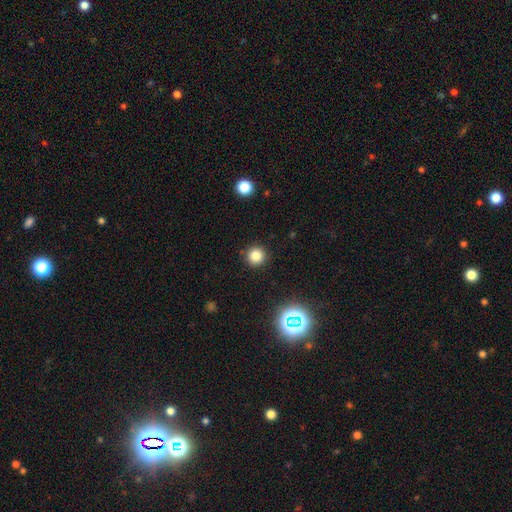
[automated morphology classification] type=smooth (81%); roundness=round (95%); merging=none (91%).